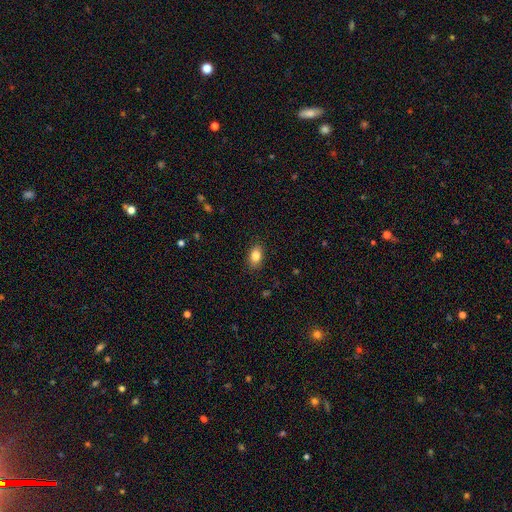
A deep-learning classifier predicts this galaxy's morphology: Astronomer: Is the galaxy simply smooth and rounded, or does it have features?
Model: smooth — 84%.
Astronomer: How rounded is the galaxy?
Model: in between — 85%.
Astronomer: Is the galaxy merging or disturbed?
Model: none — 87%.